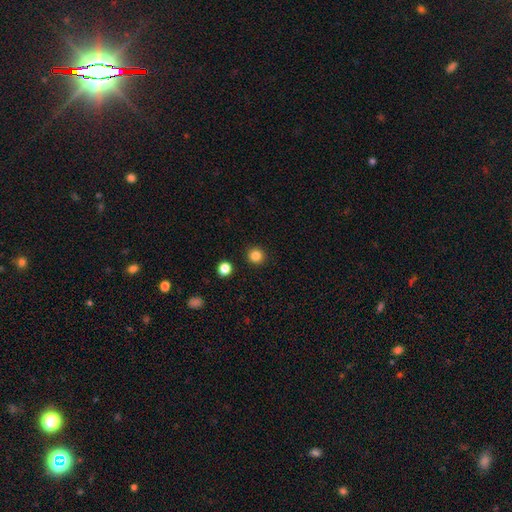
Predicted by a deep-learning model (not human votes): Morphology: type=smooth (84%); roundness=round (94%); merging=none (92%).